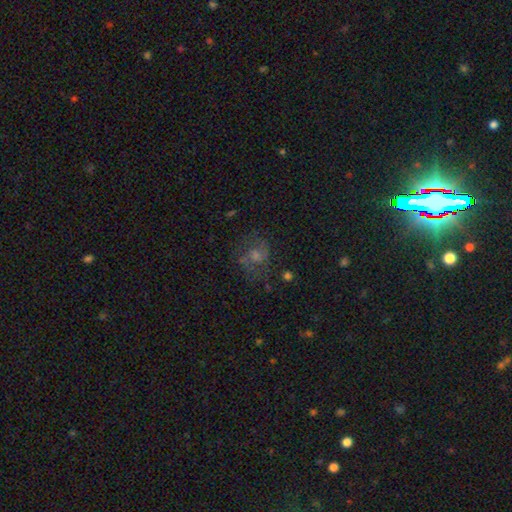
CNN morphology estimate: Smooth or featured: featured or disk — 54% (smooth — 32%)
Edge-on disk: no — 97% (yes — 3%)
Bar: no — 66% (weak — 29%)
Spiral arms: yes — 81% (no — 19%)
Bulge size: moderate — 40% (small — 35%)
Merging: none — 56% (minor disturbance — 21%)